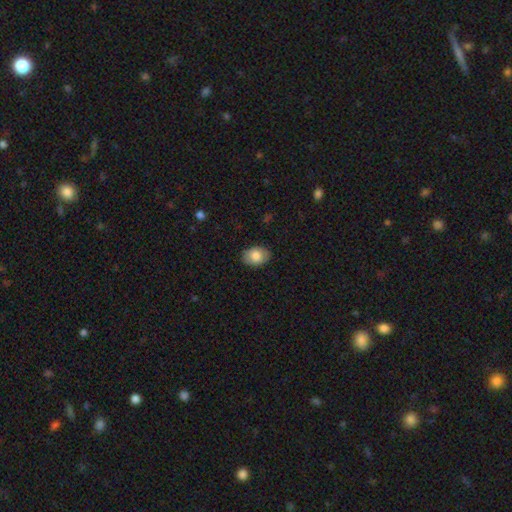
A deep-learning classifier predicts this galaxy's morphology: Overall: smooth (82%). How rounded: in between (82%). Merging: none (87%).